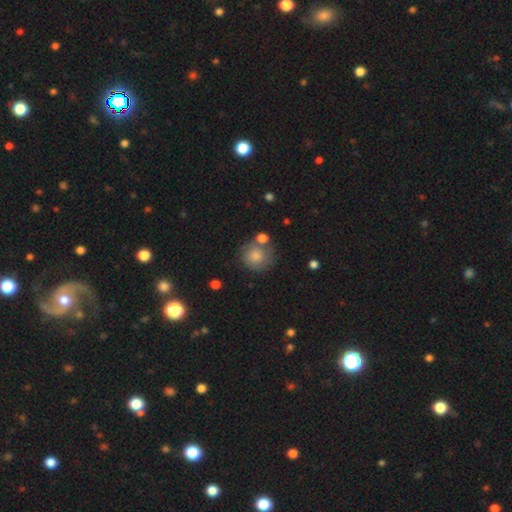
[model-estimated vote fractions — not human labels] Q: Smooth or featured?
A: smooth (68%); runner-up: featured or disk (24%)
Q: How rounded?
A: round (86%); runner-up: in between (13%)
Q: Merging?
A: none (58%); runner-up: minor disturbance (19%)